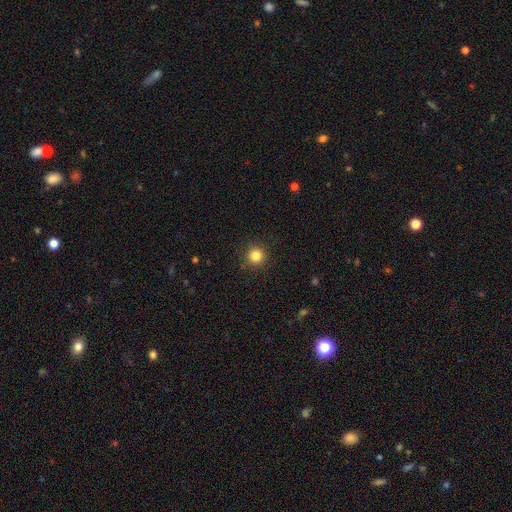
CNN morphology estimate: Smooth or featured?
  - smooth: 83% *
  - star or artifact: 12%
  - featured or disk: 5%
How rounded?
  - round: 95% *
  - in between: 4%
  - cigar-shaped: 1%
Merging?
  - none: 91% *
  - minor disturbance: 6%
  - major disturbance: 2%
  - merger: 1%